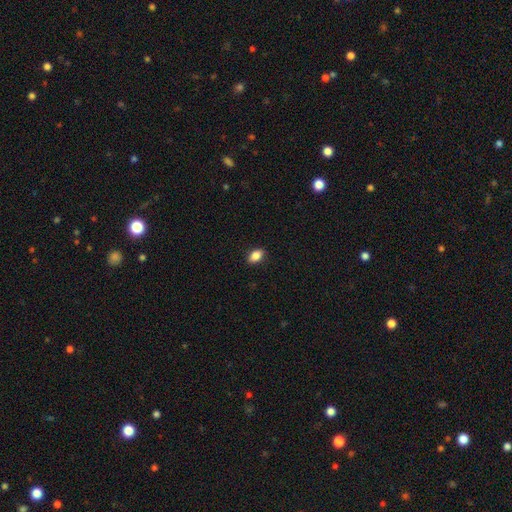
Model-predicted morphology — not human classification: smooth_or_featured: smooth (p=0.87) [alt: star or artifact p=0.08]
how_rounded: in between (p=0.86) [alt: round p=0.11]
merging: none (p=0.89) [alt: minor disturbance p=0.08]